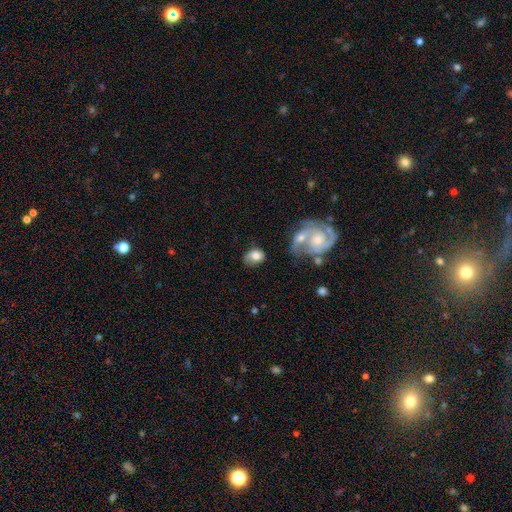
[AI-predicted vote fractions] This is likely a smooth galaxy (73%). How rounded: likely in between (63%). Merging: possibly none (54%).